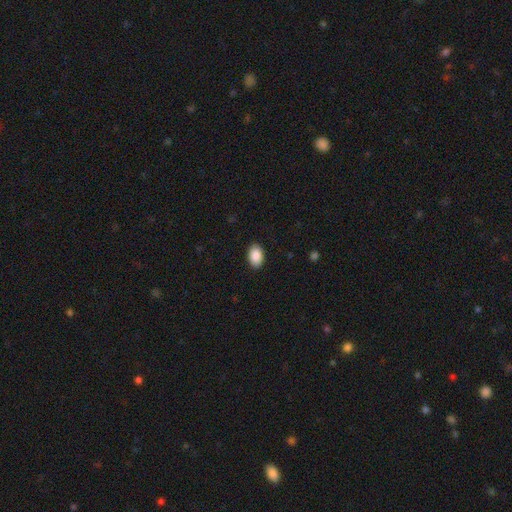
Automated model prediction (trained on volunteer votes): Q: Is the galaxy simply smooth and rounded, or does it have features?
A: smooth — 90%.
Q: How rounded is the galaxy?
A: in between — 90%.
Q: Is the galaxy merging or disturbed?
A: none — 89%.